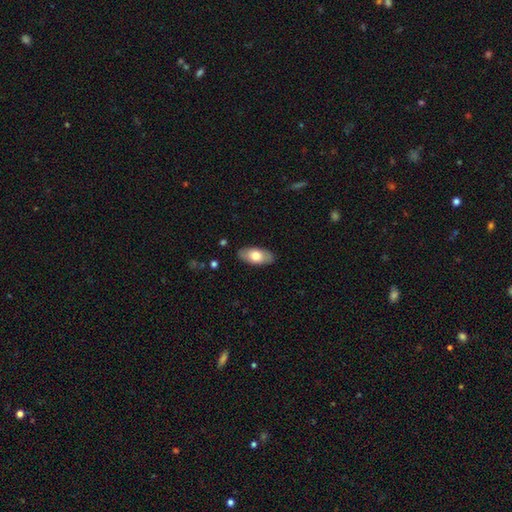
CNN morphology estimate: type=smooth (71%); roundness=in between (92%); merging=none (87%).